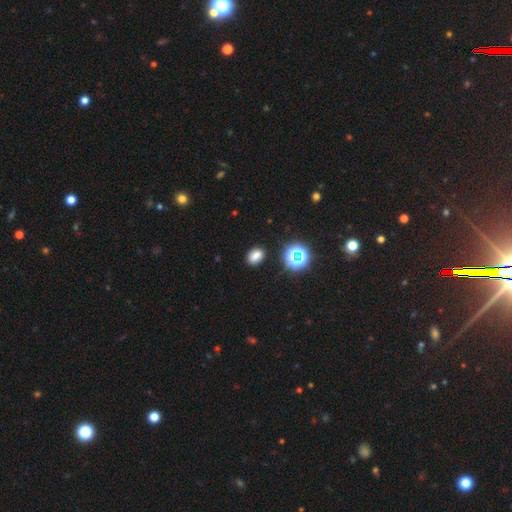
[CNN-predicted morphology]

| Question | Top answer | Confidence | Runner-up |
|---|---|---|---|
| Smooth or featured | smooth | 76% | star or artifact (18%) |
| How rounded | in between | 70% | round (29%) |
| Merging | none | 86% | minor disturbance (9%) |